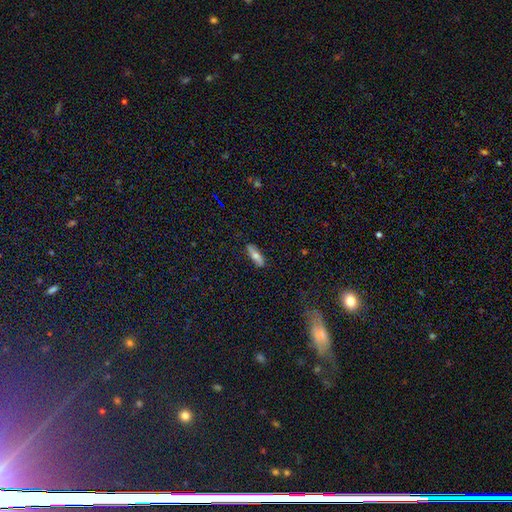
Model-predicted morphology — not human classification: This appears to be a smooth galaxy with no disk features (65%) that is cigar-shaped (54%). Merging: none (86%).